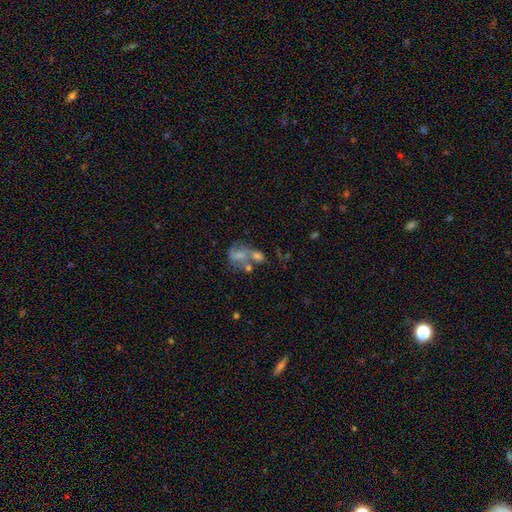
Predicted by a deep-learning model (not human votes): Smooth or featured? Predicted: featured or disk (p=0.44). Merging? Predicted: merger (p=0.45).